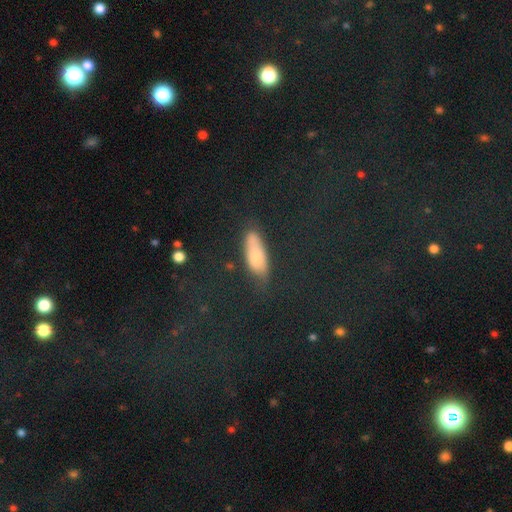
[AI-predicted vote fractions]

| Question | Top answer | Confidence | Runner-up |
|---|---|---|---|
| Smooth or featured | smooth | 72% | featured or disk (14%) |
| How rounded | in between | 63% | cigar-shaped (31%) |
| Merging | none | 70% | minor disturbance (21%) |